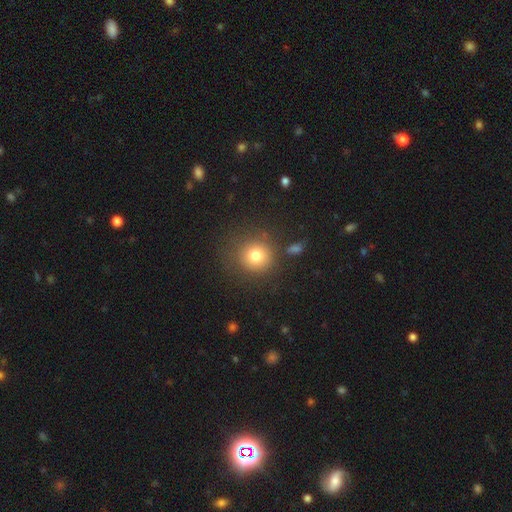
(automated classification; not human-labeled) Smooth or featured? Predicted: smooth (p=0.79). How rounded? Predicted: round (p=0.91). Merging? Predicted: none (p=0.79).